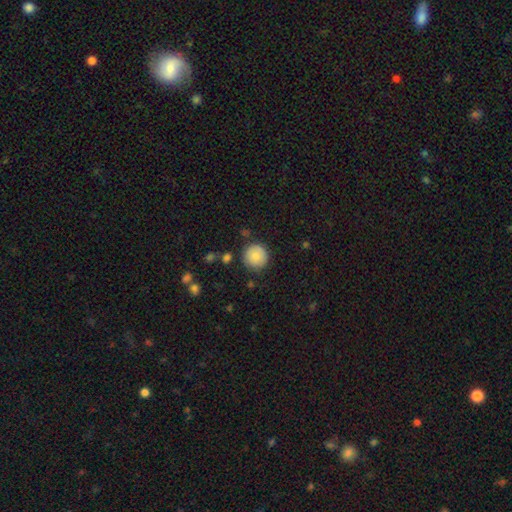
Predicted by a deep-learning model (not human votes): Overall: smooth (82%). How rounded: round (95%). Merging: none (86%).